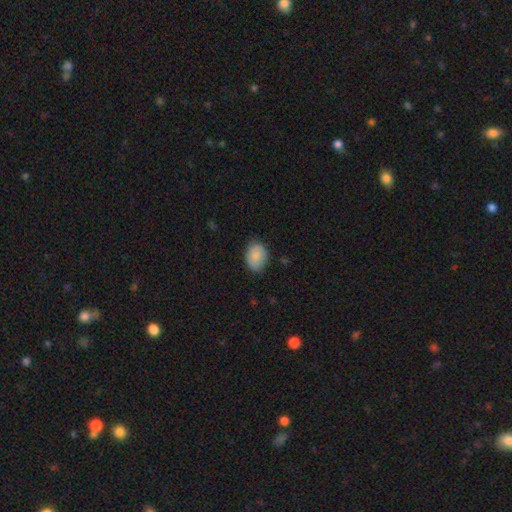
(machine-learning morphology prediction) type=smooth (88%); roundness=in between (72%); merging=none (81%).